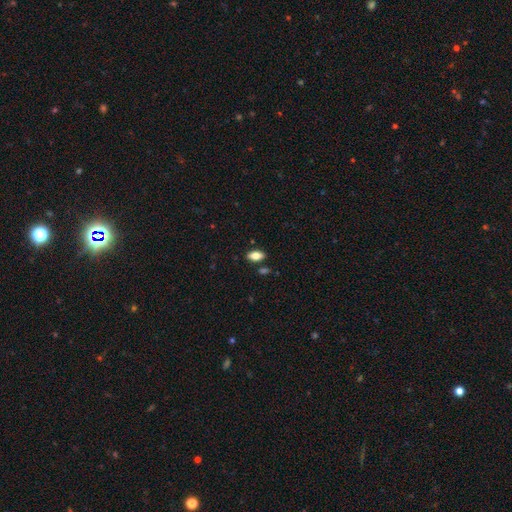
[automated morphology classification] Smooth or featured: smooth — 78% (featured or disk — 14%)
How rounded: in between — 90% (cigar-shaped — 5%)
Merging: none — 85% (minor disturbance — 10%)